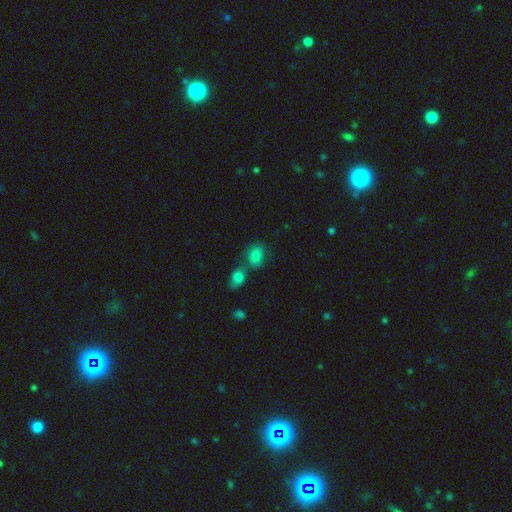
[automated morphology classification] smooth_or_featured: smooth (p=0.81) [alt: star or artifact p=0.11]
how_rounded: in between (p=0.58) [alt: round p=0.41]
merging: none (p=0.47) [alt: merger p=0.35]